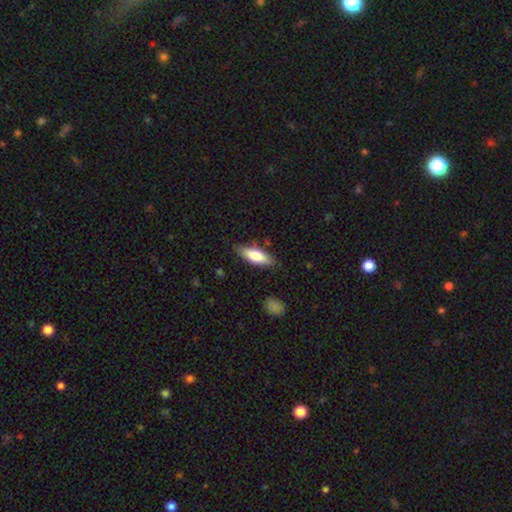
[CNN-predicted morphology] type=smooth (74%); roundness=in between (63%); merging=none (82%).